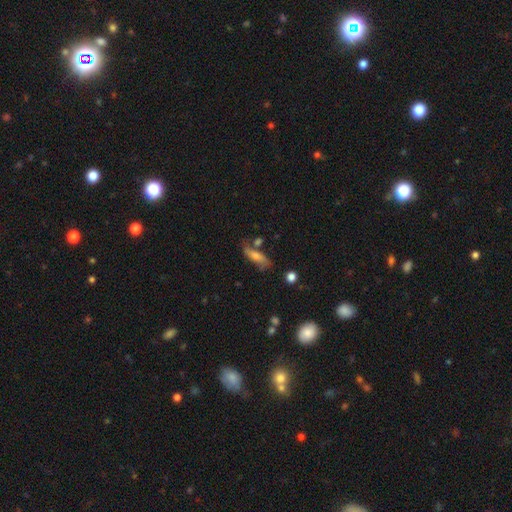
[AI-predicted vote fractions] The model was most divided on "how rounded": cigar-shaped: 53%, in between: 43%, round: 4%. More confident: merging — none (58%); smooth or featured — smooth (53%).